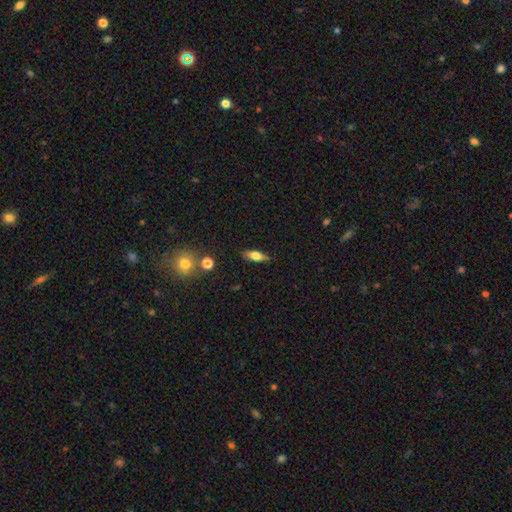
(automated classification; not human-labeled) The model was most divided on "how rounded": in between: 61%, cigar-shaped: 35%, round: 4%. More confident: merging — none (83%); smooth or featured — smooth (63%).